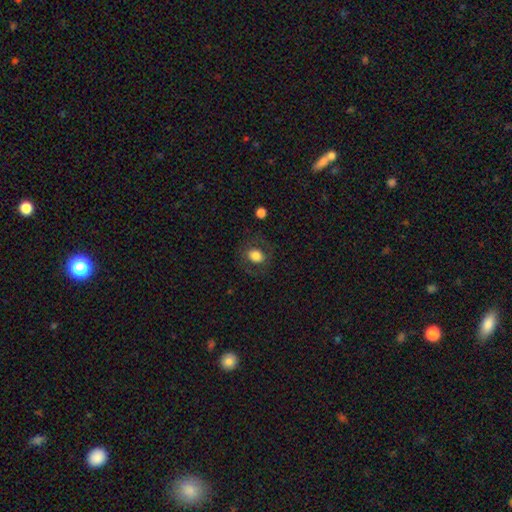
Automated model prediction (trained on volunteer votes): Morphology: type=smooth (72%); roundness=in between (52%); merging=none (77%).